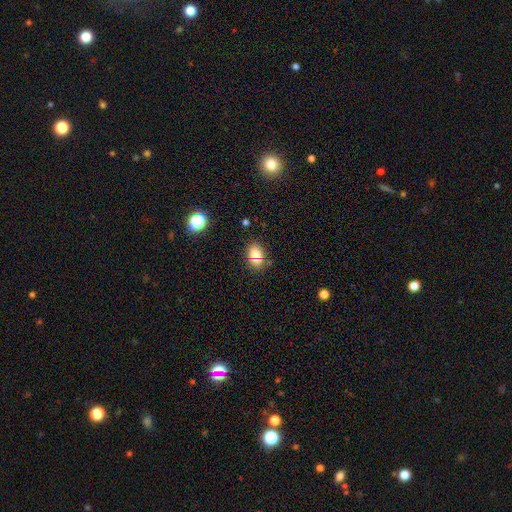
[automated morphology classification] A smooth galaxy with no disk features (76%) that is in between round and cigar-shaped (75%).

Vote fractions:
- Smooth or featured? smooth: 76% / star or artifact: 12% / featured or disk: 12%
- How rounded? in between: 75% / round: 23% / cigar-shaped: 1%
- Merging? none: 72% / minor disturbance: 15% / merger: 9% / major disturbance: 4%